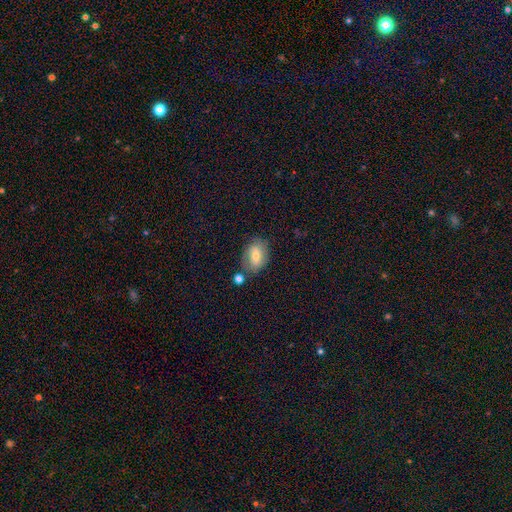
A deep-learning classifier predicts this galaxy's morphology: smooth 63%, featured or disk 29%, star or artifact 8%. Down the decision tree: how rounded — in between (79%); merging — none (64%).